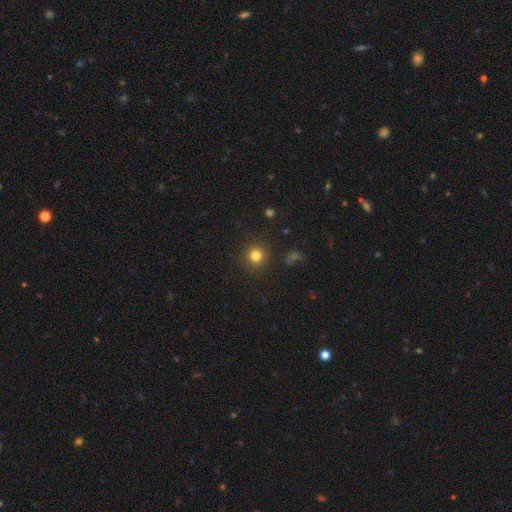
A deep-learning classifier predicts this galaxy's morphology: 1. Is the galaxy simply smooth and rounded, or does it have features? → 81% smooth, 13% star or artifact, 6% featured or disk.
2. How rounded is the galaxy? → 94% round, 5% in between, 1% cigar-shaped.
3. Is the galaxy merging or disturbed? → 90% none, 6% minor disturbance, 3% major disturbance, 1% merger.